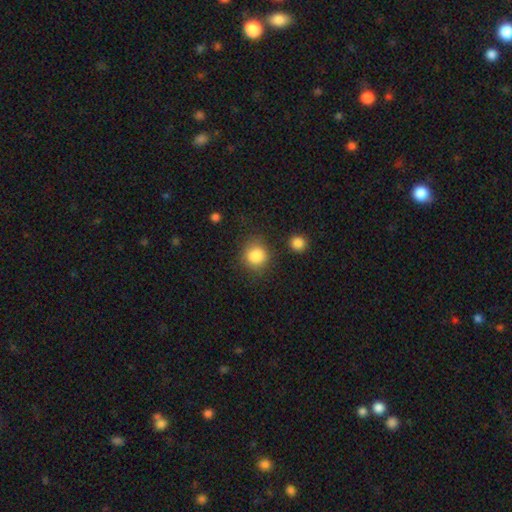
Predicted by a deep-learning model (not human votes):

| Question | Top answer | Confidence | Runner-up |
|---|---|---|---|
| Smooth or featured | smooth | 86% | star or artifact (9%) |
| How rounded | round | 83% | in between (16%) |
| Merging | none | 76% | minor disturbance (14%) |